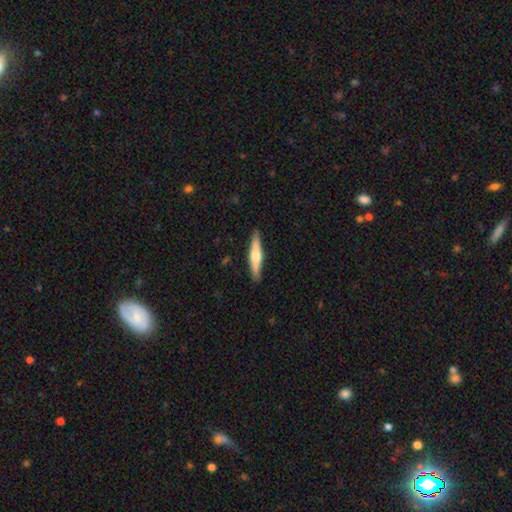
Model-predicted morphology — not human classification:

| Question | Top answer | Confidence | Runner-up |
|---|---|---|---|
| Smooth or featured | featured or disk | 50% | smooth (45%) |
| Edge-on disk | yes | 96% | no (4%) |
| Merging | none | 89% | minor disturbance (8%) |